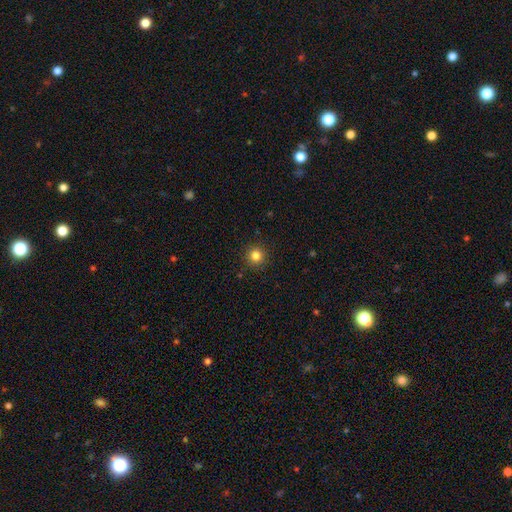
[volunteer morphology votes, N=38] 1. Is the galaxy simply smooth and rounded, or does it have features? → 95% smooth, 5% star or artifact, 0% featured or disk.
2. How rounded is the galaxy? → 97% round, 3% in between, 0% cigar-shaped.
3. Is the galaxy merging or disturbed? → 92% none, 6% minor disturbance, 3% major disturbance, 0% merger.